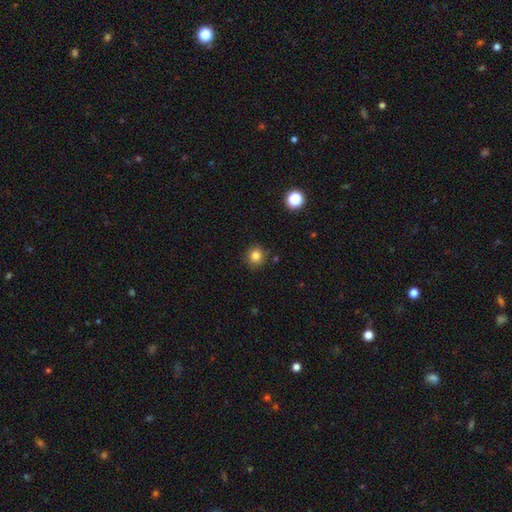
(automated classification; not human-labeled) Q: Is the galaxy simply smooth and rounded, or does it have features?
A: smooth — 82%.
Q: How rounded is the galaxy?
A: round — 91%.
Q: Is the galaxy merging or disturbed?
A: none — 87%.